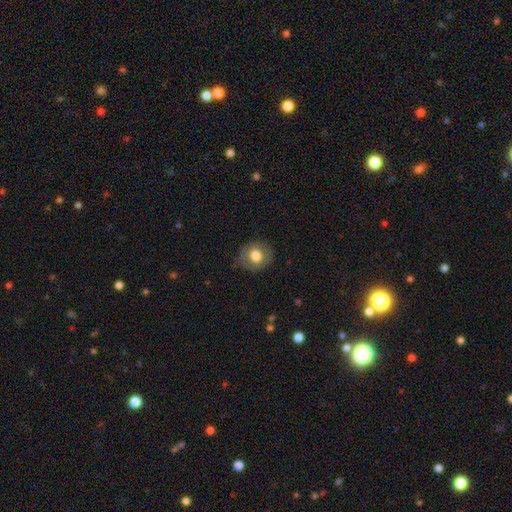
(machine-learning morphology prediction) Smooth or featured? Predicted: smooth (p=0.68). How rounded? Predicted: round (p=0.80). Merging? Predicted: none (p=0.81).